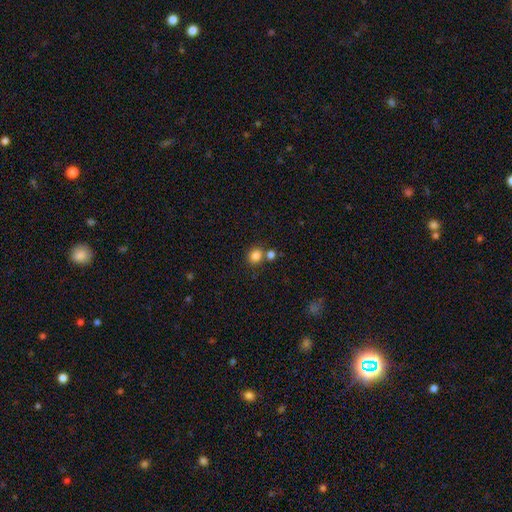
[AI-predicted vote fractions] This is clearly a smooth galaxy (83%). How rounded: likely round (70%). Merging: likely none (67%).